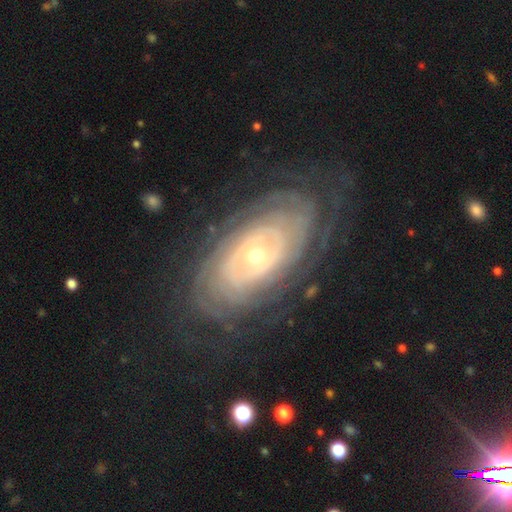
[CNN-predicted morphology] Overall: featured or disk (86%). Edge-on disk: no (94%). Bar: no (72%). Spiral arms: yes (92%). Spiral arm count: can't tell (50%; 2 15%). Spiral winding: tight (85%). Bulge size: small (62%; moderate 34%). Merging: none (77%).